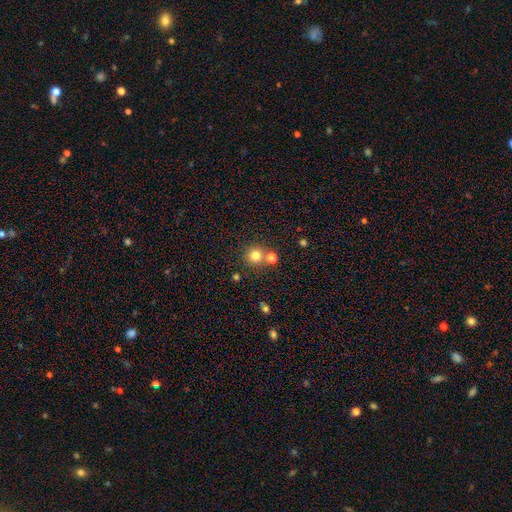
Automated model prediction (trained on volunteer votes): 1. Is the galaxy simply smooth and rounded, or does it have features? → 79% smooth, 14% star or artifact, 7% featured or disk.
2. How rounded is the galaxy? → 92% round, 7% in between, 1% cigar-shaped.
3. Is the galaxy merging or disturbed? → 67% none, 22% merger, 7% minor disturbance, 3% major disturbance.